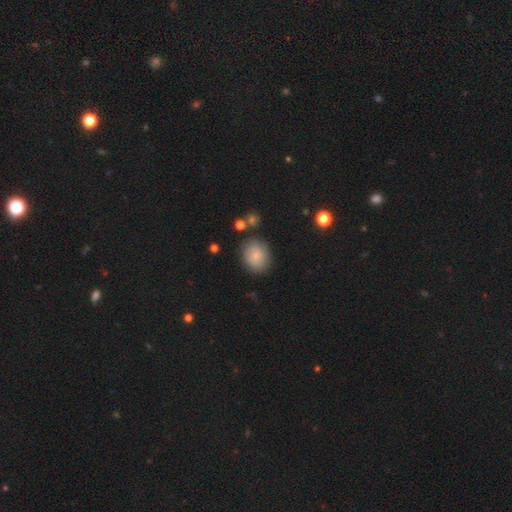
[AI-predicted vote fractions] Q: Smooth or featured?
A: smooth (74%); runner-up: featured or disk (17%)
Q: How rounded?
A: round (58%); runner-up: in between (41%)
Q: Merging?
A: none (78%); runner-up: minor disturbance (15%)